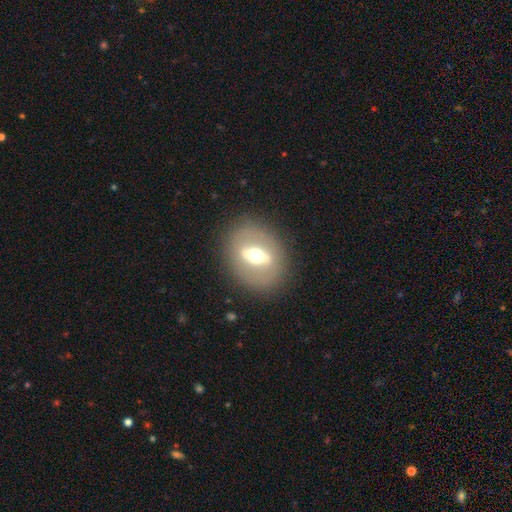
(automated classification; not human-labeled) smooth_or_featured: featured or disk (p=0.63) [alt: smooth p=0.30]
disk_edge_on: no (p=0.73) [alt: yes p=0.27]
merging: none (p=0.84) [alt: minor disturbance p=0.09]